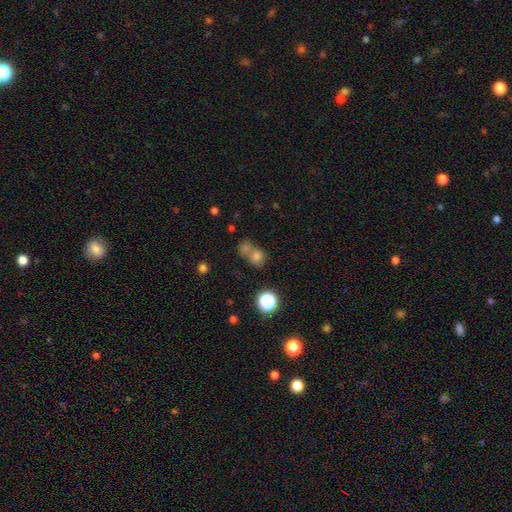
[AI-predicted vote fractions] Smooth or featured? smooth (62%)
How rounded? round (76%)
Merging? merger (44%)